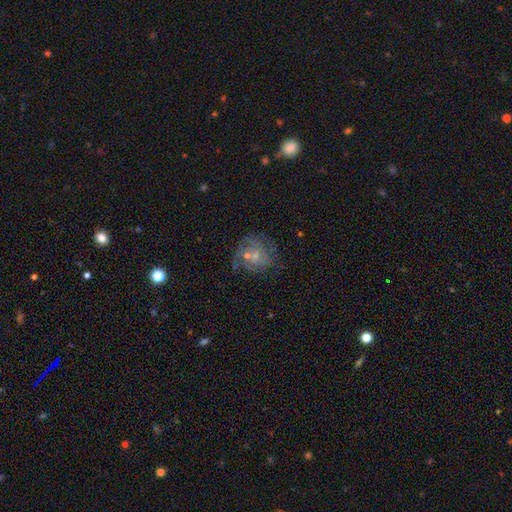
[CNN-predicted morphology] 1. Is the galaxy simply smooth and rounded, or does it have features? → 60% featured or disk, 29% smooth, 12% star or artifact.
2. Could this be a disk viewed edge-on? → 98% no, 2% yes.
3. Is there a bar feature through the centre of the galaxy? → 70% no, 26% weak, 4% strong.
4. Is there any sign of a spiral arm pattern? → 71% yes, 29% no.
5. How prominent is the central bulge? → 57% small, 31% moderate, 8% none, 2% large, 1% dominant.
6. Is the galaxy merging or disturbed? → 52% none, 19% minor disturbance, 16% major disturbance, 14% merger.